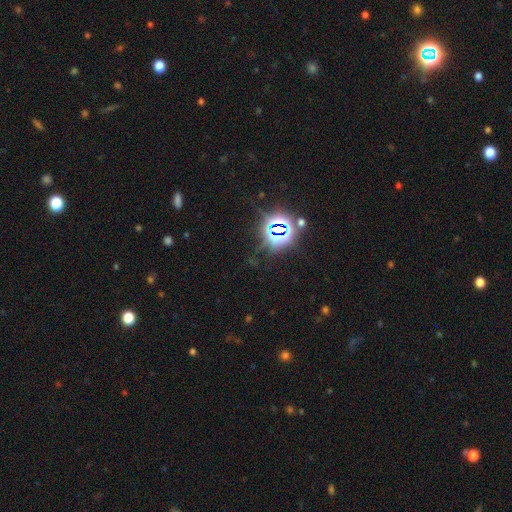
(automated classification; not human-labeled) The model was most divided on "smooth or featured": star or artifact: 80%, smooth: 12%, featured or disk: 8%.